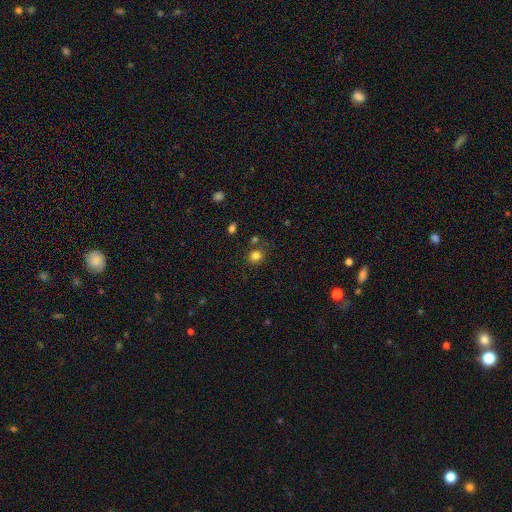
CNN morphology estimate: Overall: smooth (82%). How rounded: round (85%). Merging: none (78%).